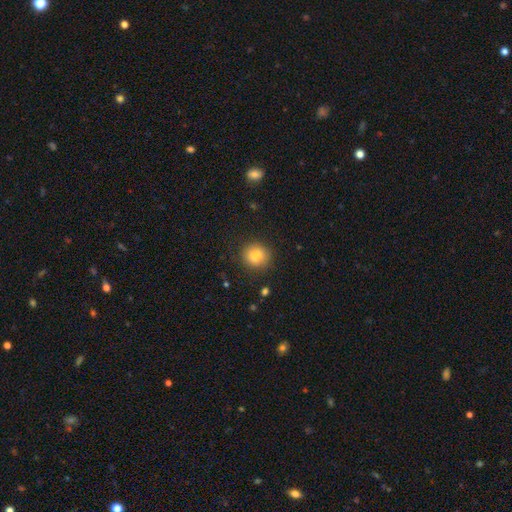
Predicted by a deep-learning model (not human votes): Smooth or featured? Predicted: smooth (p=0.83). How rounded? Predicted: round (p=0.89). Merging? Predicted: none (p=0.88).